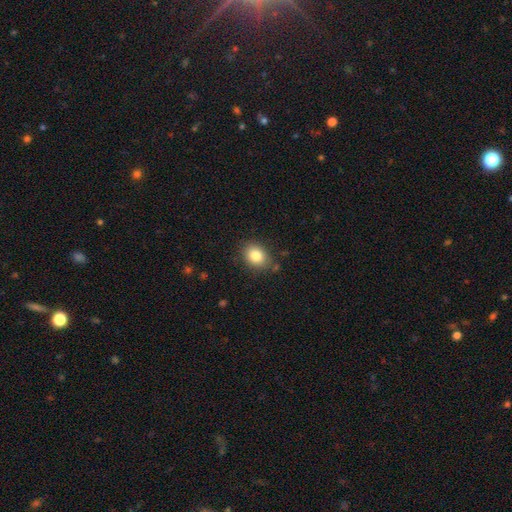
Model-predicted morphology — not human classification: Smooth or featured: smooth — 83% (star or artifact — 9%)
How rounded: in between — 58% (round — 41%)
Merging: none — 83% (minor disturbance — 12%)